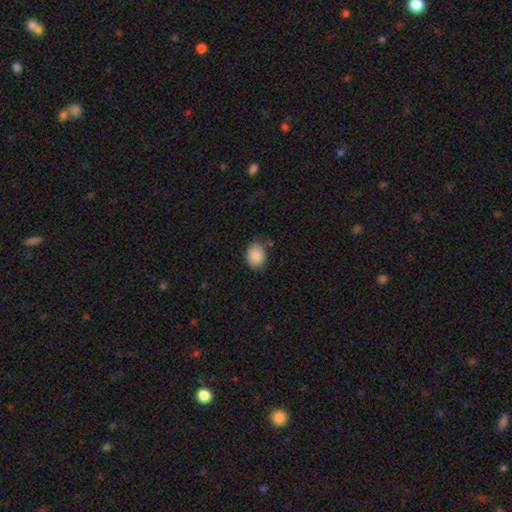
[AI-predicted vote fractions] Smooth or featured? smooth (88%)
How rounded? in between (58%)
Merging? none (72%)